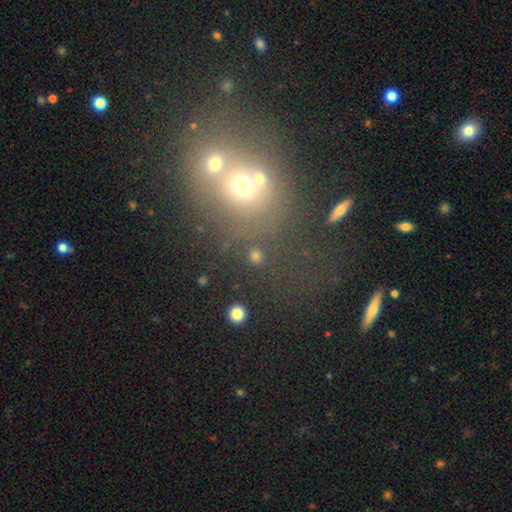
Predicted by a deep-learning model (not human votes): This appears to be a smooth galaxy with no disk features (66%) that is round (76%). Merging: none (63%).